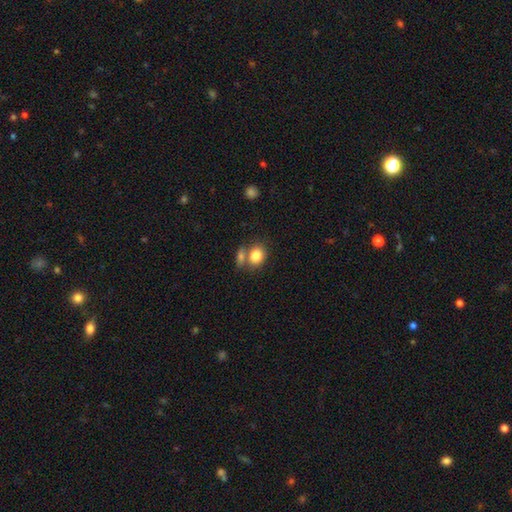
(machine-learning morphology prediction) Smooth or featured? smooth (82%)
How rounded? round (50%)
Merging? none (49%)